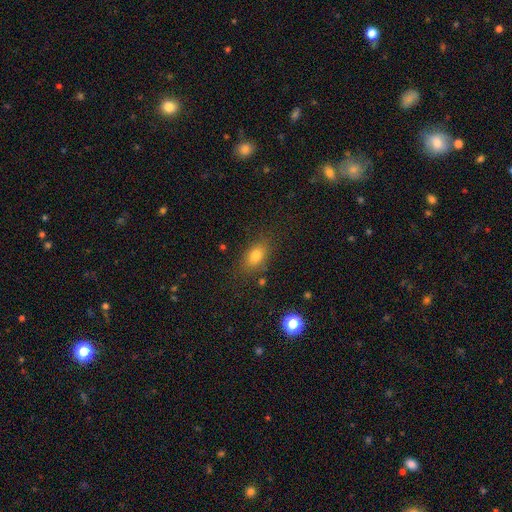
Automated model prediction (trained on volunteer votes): Morphology: type=smooth (79%); roundness=in between (80%); merging=none (78%).